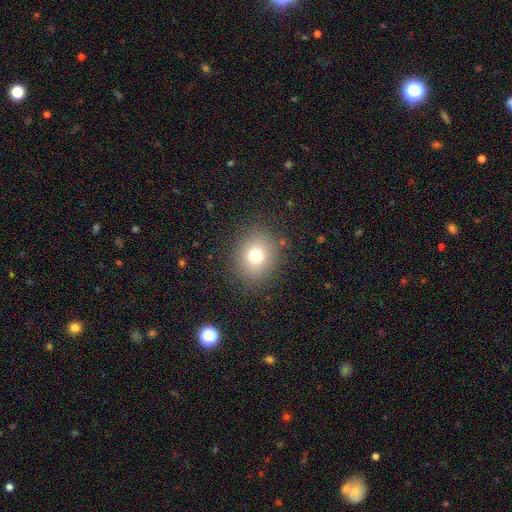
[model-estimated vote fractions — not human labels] smooth-or-featured: smooth: 74% | star or artifact: 14% | featured or disk: 12%
  how-rounded: round: 72% | in between: 27% | cigar-shaped: 1%
  merging: none: 86% | minor disturbance: 9% | major disturbance: 4% | merger: 1%